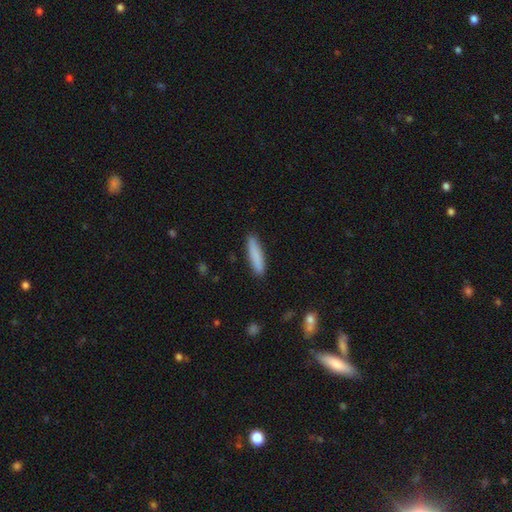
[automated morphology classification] This appears to be a smooth galaxy with no disk features (85%) that is cigar-shaped (84%). Merging: none (90%).